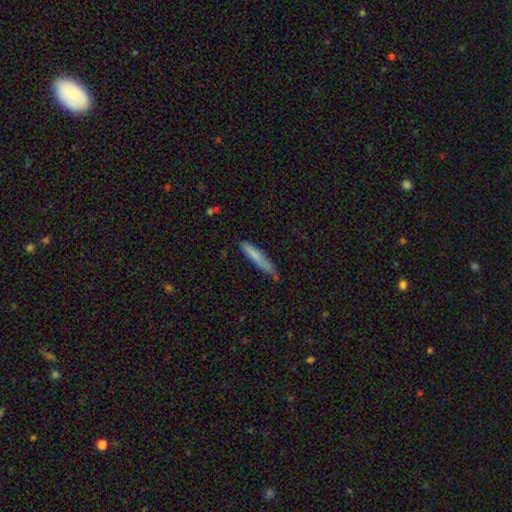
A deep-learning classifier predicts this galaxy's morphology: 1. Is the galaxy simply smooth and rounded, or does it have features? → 75% smooth, 19% featured or disk, 7% star or artifact.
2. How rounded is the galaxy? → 92% cigar-shaped, 6% in between, 1% round.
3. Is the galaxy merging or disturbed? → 68% none, 25% minor disturbance, 5% major disturbance, 3% merger.